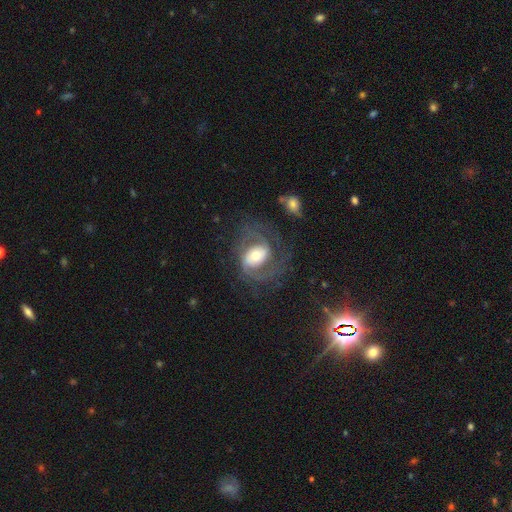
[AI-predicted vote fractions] smooth-or-featured: featured or disk: 81% | smooth: 13% | star or artifact: 6%
  disk-edge-on: no: 97% | yes: 3%
    bar: no: 46% | weak: 37% | strong: 18%
    has-spiral-arms: yes: 92% | no: 8%
      spiral-winding: medium: 48% | tight: 33% | loose: 19%
      spiral-arm-count: 2: 65% | can't tell: 13% | 3: 9% | 1: 7% | 4: 3% | more than 4: 3%
    bulge-size: moderate: 57% | large: 21% | small: 18% | dominant: 2% | none: 1%
  merging: none: 58% | major disturbance: 22% | minor disturbance: 18% | merger: 2%